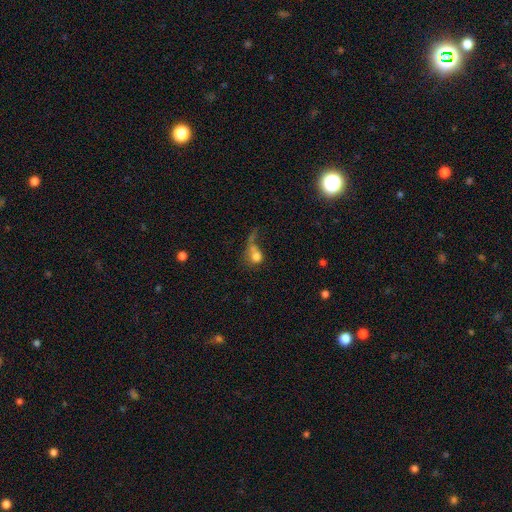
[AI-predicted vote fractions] Overall: smooth (67%). How rounded: round (63%; in between 34%). Merging: major disturbance (37%; merger 31%).